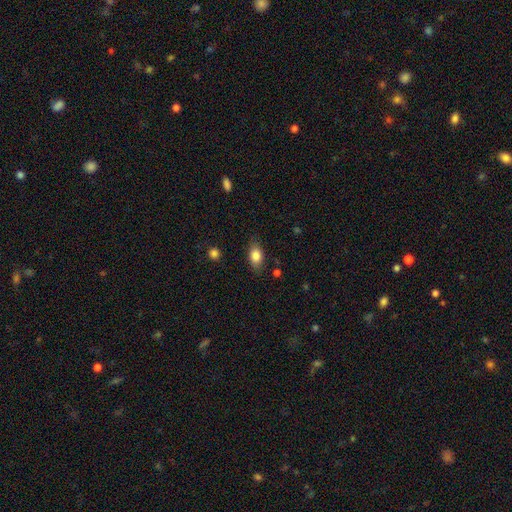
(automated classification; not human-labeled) Smooth or featured?
  - smooth: 82% *
  - featured or disk: 10%
  - star or artifact: 8%
How rounded?
  - in between: 86% *
  - round: 9%
  - cigar-shaped: 5%
Merging?
  - none: 81% *
  - minor disturbance: 14%
  - major disturbance: 3%
  - merger: 1%